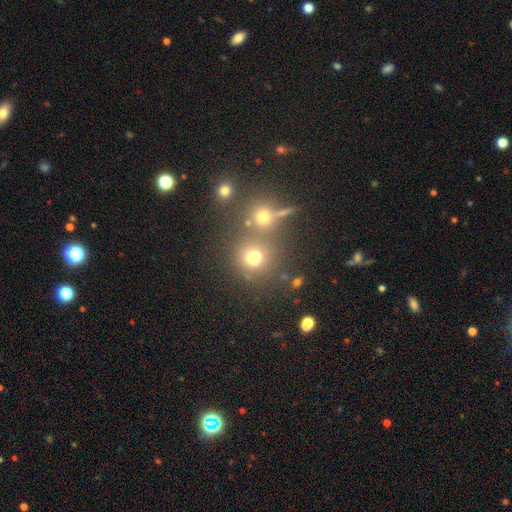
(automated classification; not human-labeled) A smooth galaxy with no disk features (69%) that is round (85%). Merging: none (57%).